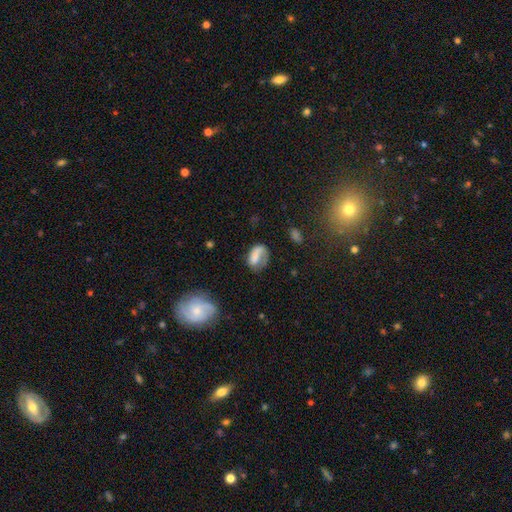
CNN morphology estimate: Overall: smooth (59%; featured or disk 31%). How rounded: in between (80%). Merging: none (42%; major disturbance 28%).